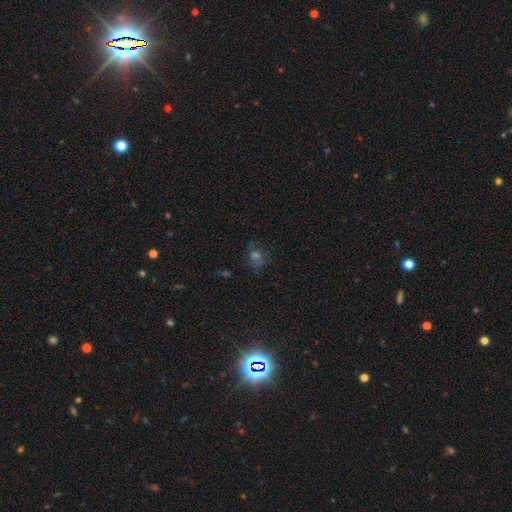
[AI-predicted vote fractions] Smooth or featured: star or artifact — 43% (smooth — 36%)